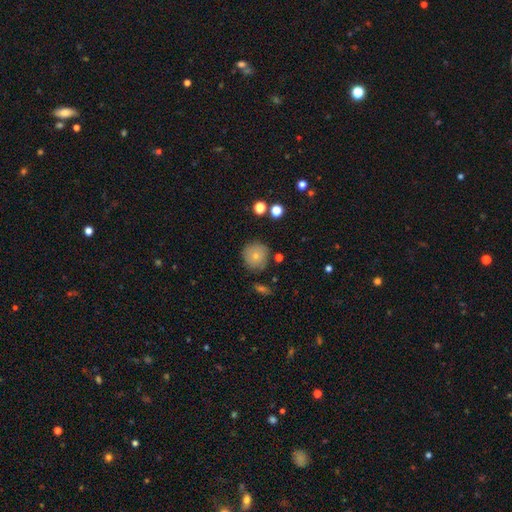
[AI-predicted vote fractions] Smooth or featured?
  - smooth: 74% *
  - featured or disk: 16%
  - star or artifact: 10%
How rounded?
  - round: 92% *
  - in between: 7%
  - cigar-shaped: 1%
Merging?
  - none: 78% *
  - minor disturbance: 14%
  - major disturbance: 4%
  - merger: 3%